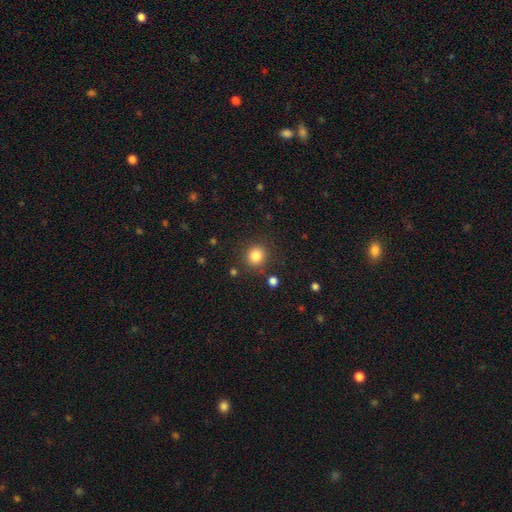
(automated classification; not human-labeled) smooth_or_featured: smooth (p=0.83) [alt: star or artifact p=0.12]
how_rounded: round (p=0.89) [alt: in between p=0.10]
merging: none (p=0.86) [alt: minor disturbance p=0.08]